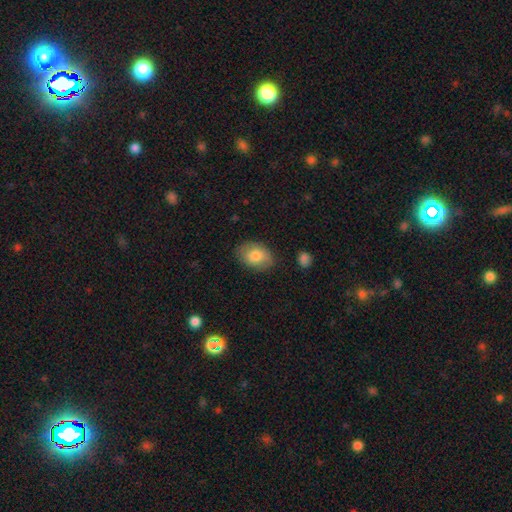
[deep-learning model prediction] Smooth or featured? Predicted: smooth (p=0.78). How rounded? Predicted: in between (p=0.82). Merging? Predicted: none (p=0.80).